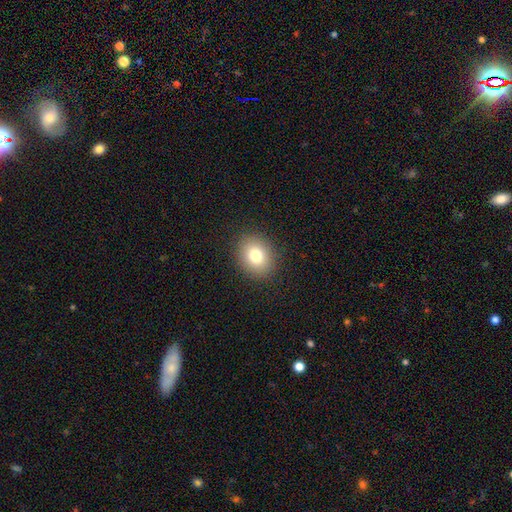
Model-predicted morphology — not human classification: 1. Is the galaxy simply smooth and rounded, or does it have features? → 79% smooth, 11% star or artifact, 10% featured or disk.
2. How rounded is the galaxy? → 58% round, 41% in between, 1% cigar-shaped.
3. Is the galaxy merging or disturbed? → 90% none, 7% minor disturbance, 2% major disturbance, 1% merger.